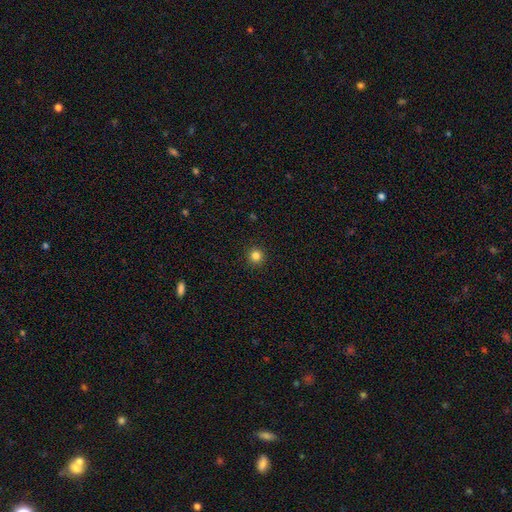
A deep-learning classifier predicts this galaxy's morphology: smooth 83%, star or artifact 13%, featured or disk 4%. Down the decision tree: how rounded — round (95%); merging — none (93%).